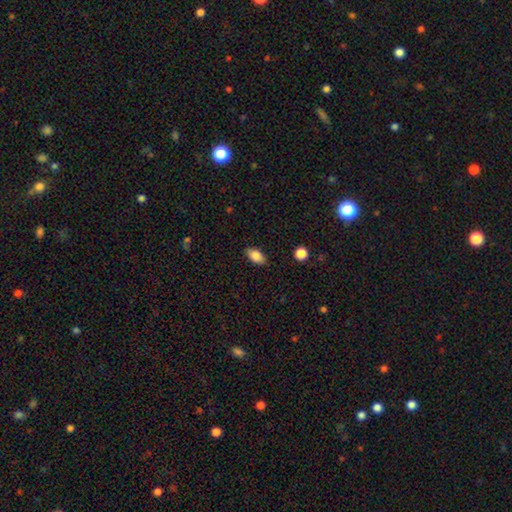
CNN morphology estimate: smooth 85%, star or artifact 8%, featured or disk 7%. Down the decision tree: how rounded — in between (91%); merging — none (85%).